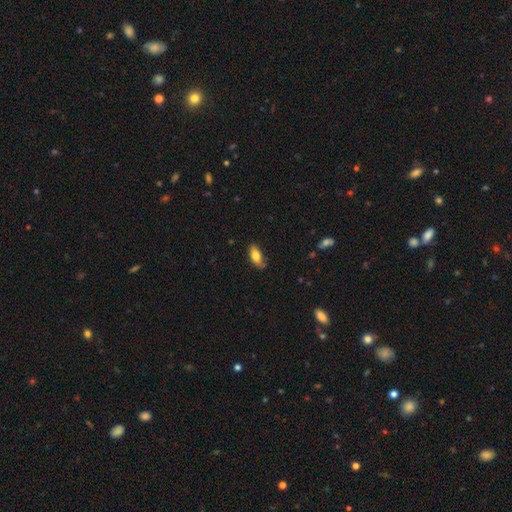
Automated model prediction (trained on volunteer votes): smooth 77%, featured or disk 16%, star or artifact 7%. Down the decision tree: how rounded — in between (83%); merging — none (69%).